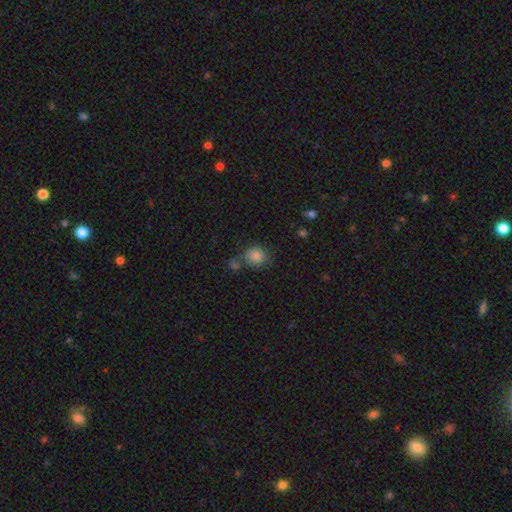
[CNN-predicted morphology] smooth 84%, star or artifact 10%, featured or disk 6%. Down the decision tree: how rounded — round (85%); merging — none (66%).